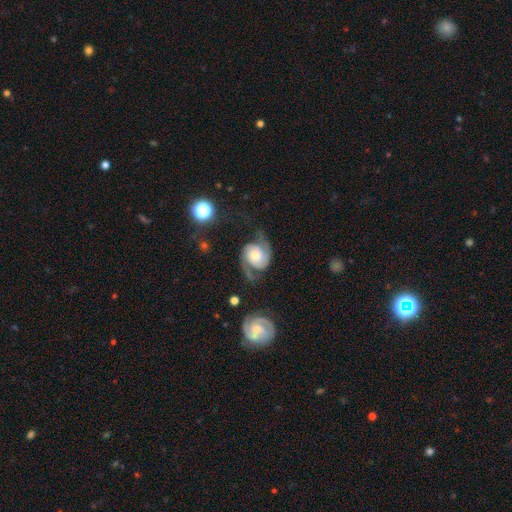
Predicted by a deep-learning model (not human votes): A featured or disk galaxy (86%) with no bar (70%), 2 (92%) medium (48%) spiral arms (97%) and a moderate central bulge (48%).

Vote fractions:
- Smooth or featured? featured or disk: 86% / smooth: 8% / star or artifact: 6%
- Edge-on disk? no: 98% / yes: 2%
- Bar? no: 70% / weak: 23% / strong: 7%
- Spiral arms? yes: 97% / no: 3%
- Spiral winding? medium: 48% / tight: 27% / loose: 24%
- Spiral arm count? 2: 92% / can't tell: 2% / 1: 2% / 3: 2% / 4: 1% / more than 4: 1%
- Bulge size? moderate: 48% / small: 27% / large: 17% / none: 4% / dominant: 4%
- Merging? none: 62% / minor disturbance: 20% / major disturbance: 14% / merger: 3%